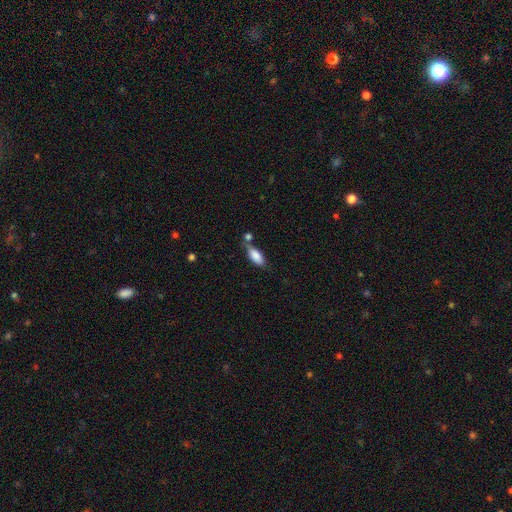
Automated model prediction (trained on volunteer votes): smooth 84%, featured or disk 10%, star or artifact 7%. Down the decision tree: how rounded — in between (82%); merging — none (52%).